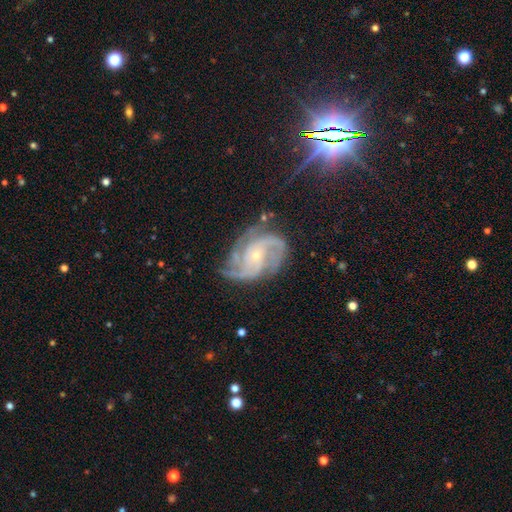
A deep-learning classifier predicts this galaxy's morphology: A featured or disk galaxy (90%) with no bar (67%), 3 (42%) tight (50%) spiral arms (98%) and a small central bulge (74%). Merging: none (69%).